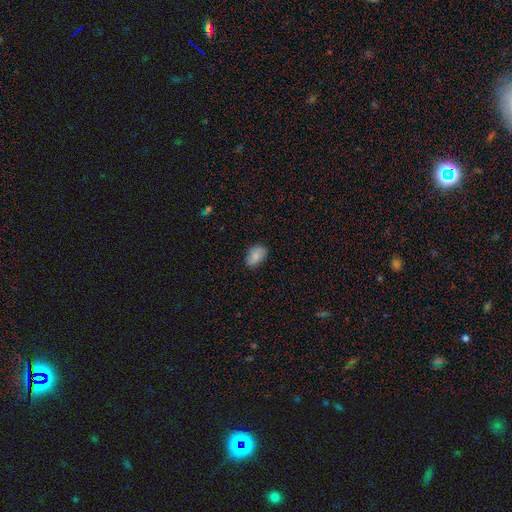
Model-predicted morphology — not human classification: smooth_or_featured: smooth (p=0.80) [alt: featured or disk p=0.12]
how_rounded: in between (p=0.84) [alt: round p=0.14]
merging: none (p=0.78) [alt: minor disturbance p=0.17]